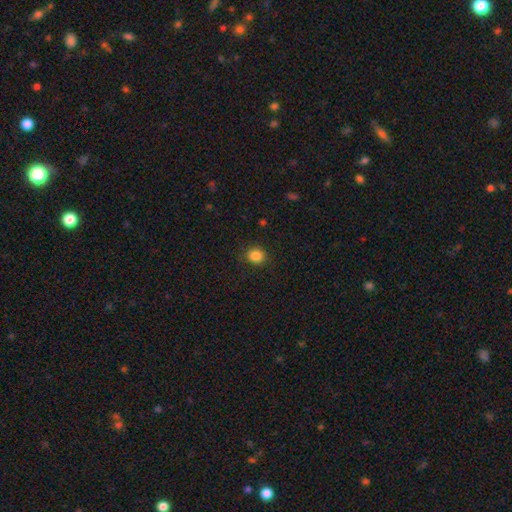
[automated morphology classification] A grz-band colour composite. It shows a smooth galaxy with no disk features (85%) that is round (83%). Merging: none (89%).